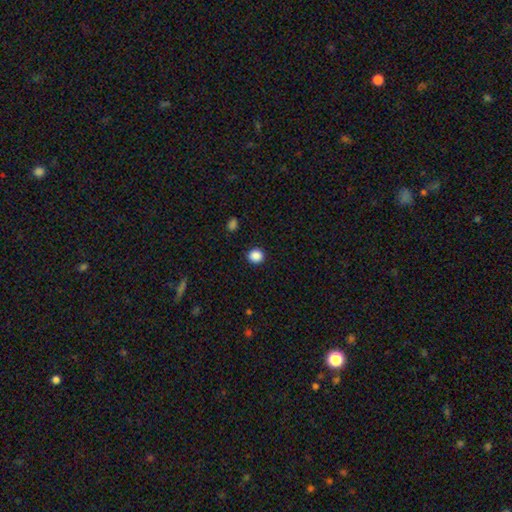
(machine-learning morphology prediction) smooth_or_featured: smooth (p=0.88) [alt: star or artifact p=0.10]
how_rounded: round (p=0.89) [alt: in between p=0.10]
merging: none (p=0.92) [alt: minor disturbance p=0.05]